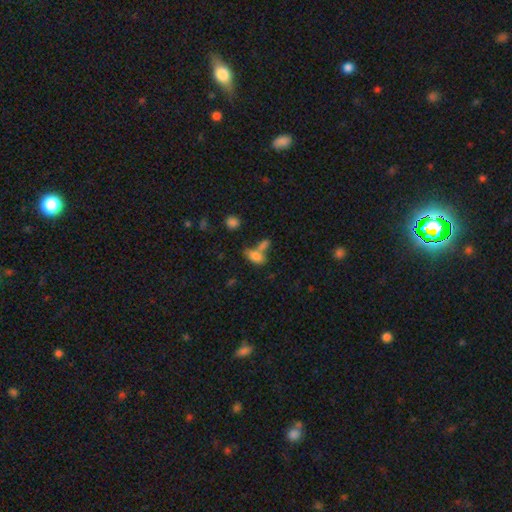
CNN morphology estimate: Smooth or featured? smooth (77%)
How rounded? in between (85%)
Merging? merger (46%)